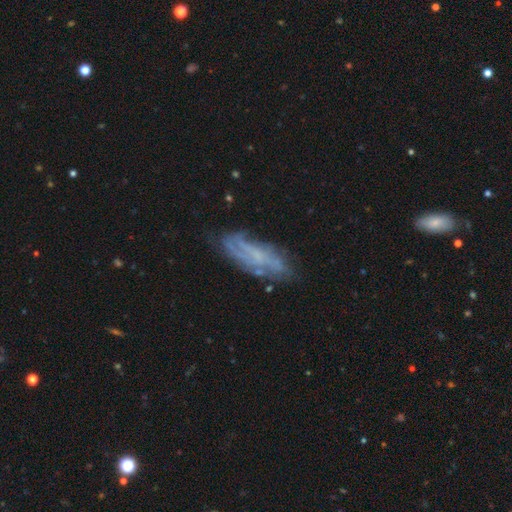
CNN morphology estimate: Overall: featured or disk (64%; smooth 26%). Edge-on disk: no (81%). Bar: no (62%; weak 29%). Spiral arms: yes (69%; no 31%). Bulge size: none (46%; small 40%). Merging: none (66%).